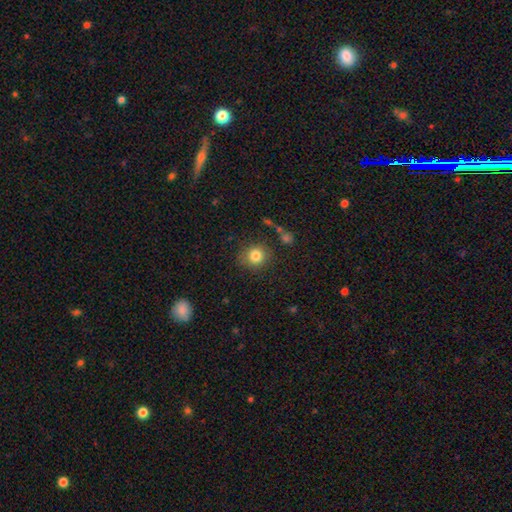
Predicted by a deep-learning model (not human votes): This is clearly a smooth galaxy (82%). How rounded: clearly round (89%). Merging: clearly none (83%).